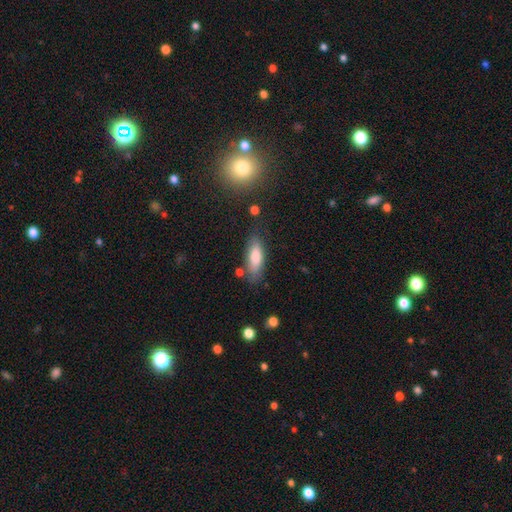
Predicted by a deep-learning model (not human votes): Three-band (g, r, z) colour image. It shows a smooth galaxy with no disk features (79%) that is in between round and cigar-shaped (65%). Merging: none (74%).